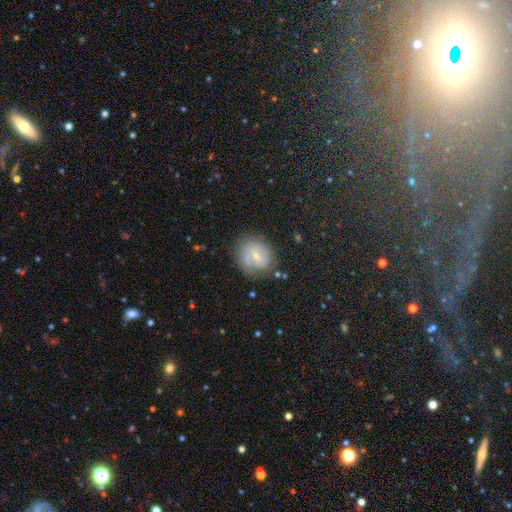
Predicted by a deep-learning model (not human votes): Overall: smooth (49%; featured or disk 40%). Merging: none (68%).